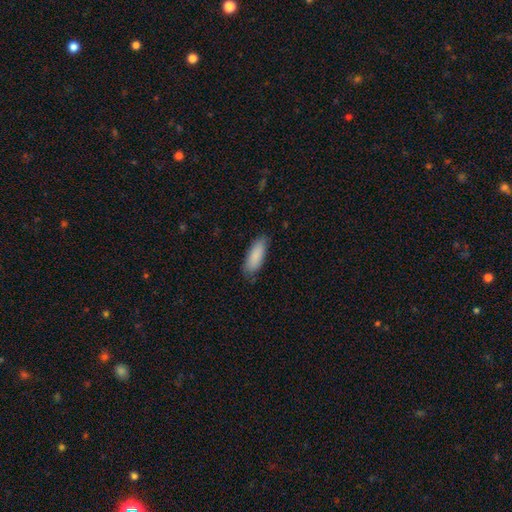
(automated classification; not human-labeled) The model was most divided on "how rounded": in between: 67%, cigar-shaped: 31%, round: 2%. More confident: smooth or featured — smooth (88%); merging — none (81%).